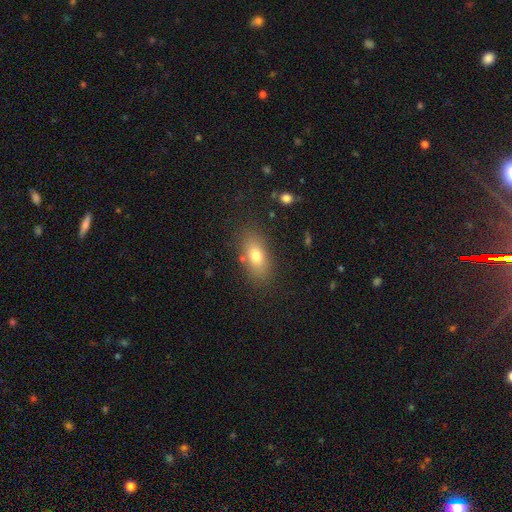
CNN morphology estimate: Smooth or featured? smooth (76%)
How rounded? in between (84%)
Merging? none (81%)